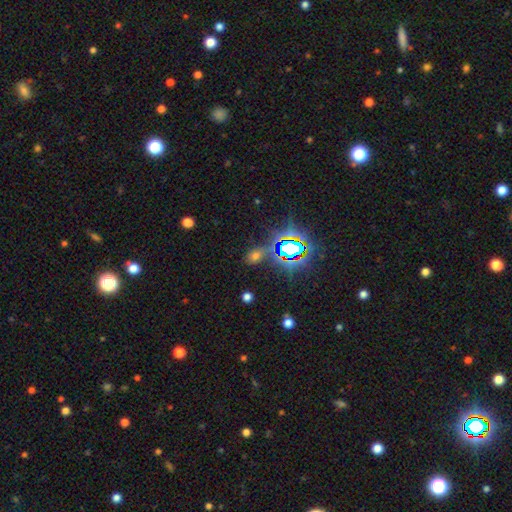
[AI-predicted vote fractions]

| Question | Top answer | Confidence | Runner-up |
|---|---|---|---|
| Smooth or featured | star or artifact | 46% | smooth (44%) |